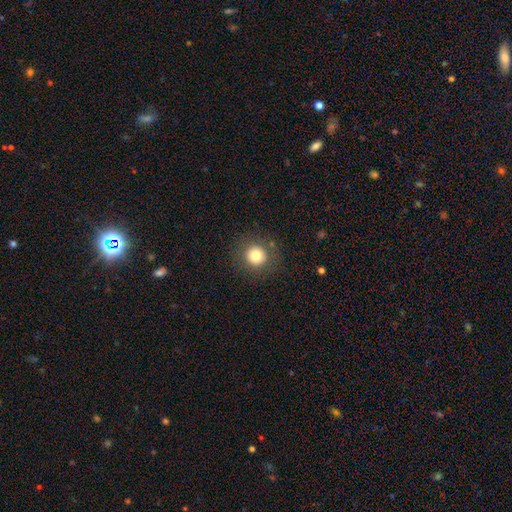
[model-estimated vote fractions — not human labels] Smooth or featured?
  - smooth: 78% *
  - star or artifact: 12%
  - featured or disk: 10%
How rounded?
  - round: 94% *
  - in between: 5%
  - cigar-shaped: 1%
Merging?
  - none: 88% *
  - minor disturbance: 7%
  - major disturbance: 3%
  - merger: 1%